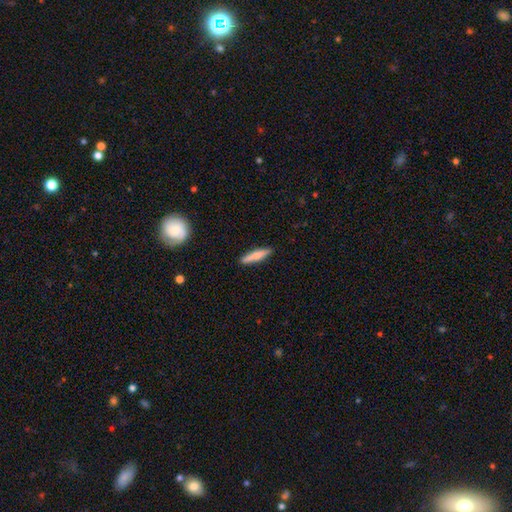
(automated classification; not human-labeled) Overall: smooth (66%; featured or disk 29%). How rounded: cigar-shaped (85%). Merging: none (89%).